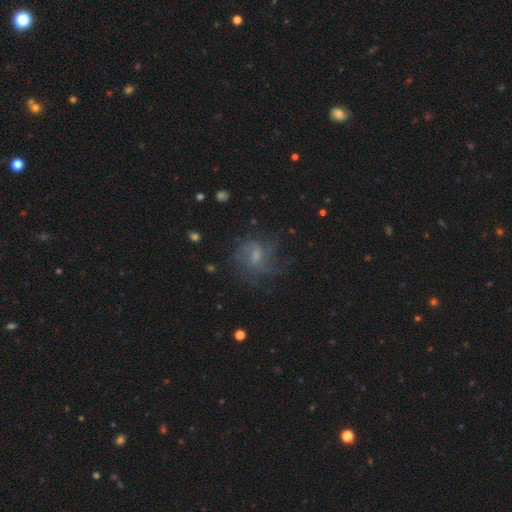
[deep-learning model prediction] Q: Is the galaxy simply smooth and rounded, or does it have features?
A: featured or disk — 53%.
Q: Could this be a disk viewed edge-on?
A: no — 97%.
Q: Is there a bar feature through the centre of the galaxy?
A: weak — 49%.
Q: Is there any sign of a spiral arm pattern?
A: yes — 71%.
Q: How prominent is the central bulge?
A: small — 39%.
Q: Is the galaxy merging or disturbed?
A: none — 54%.